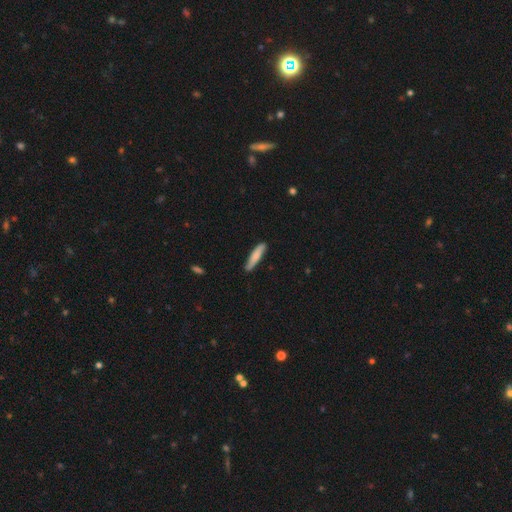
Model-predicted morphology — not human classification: This is likely a smooth galaxy (77%). How rounded: clearly cigar-shaped (87%). Merging: clearly none (83%).